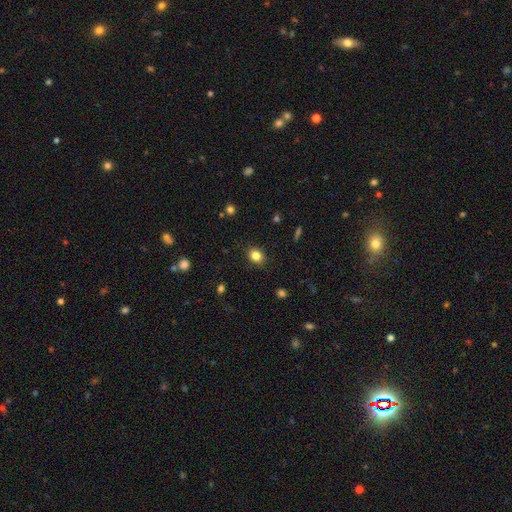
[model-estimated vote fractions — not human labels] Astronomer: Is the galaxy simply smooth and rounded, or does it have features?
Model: smooth — 83%.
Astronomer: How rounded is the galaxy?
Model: round — 53% (runner-up: in between, 46%).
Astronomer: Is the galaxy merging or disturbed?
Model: none — 87%.